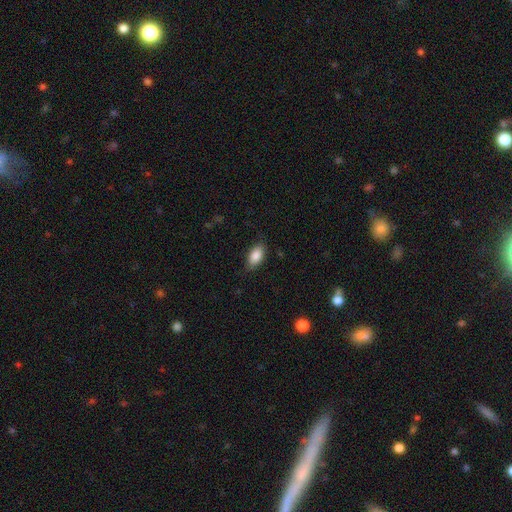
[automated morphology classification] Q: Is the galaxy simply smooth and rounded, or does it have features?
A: smooth — 86%.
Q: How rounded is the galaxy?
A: in between — 92%.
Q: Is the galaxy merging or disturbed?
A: none — 81%.